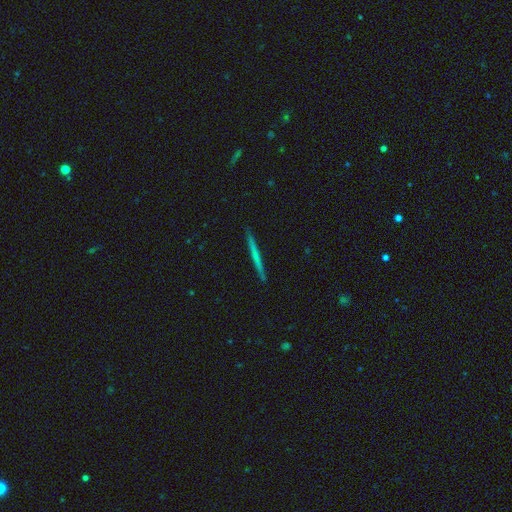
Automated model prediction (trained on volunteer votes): Smooth or featured? Predicted: smooth (p=0.49). Merging? Predicted: none (p=0.92).